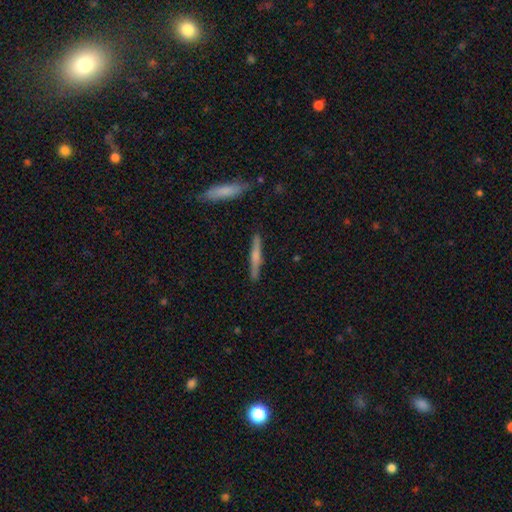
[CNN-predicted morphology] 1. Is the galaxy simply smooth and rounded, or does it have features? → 50% smooth, 44% featured or disk, 6% star or artifact.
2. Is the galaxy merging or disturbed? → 87% none, 9% minor disturbance, 2% merger, 2% major disturbance.